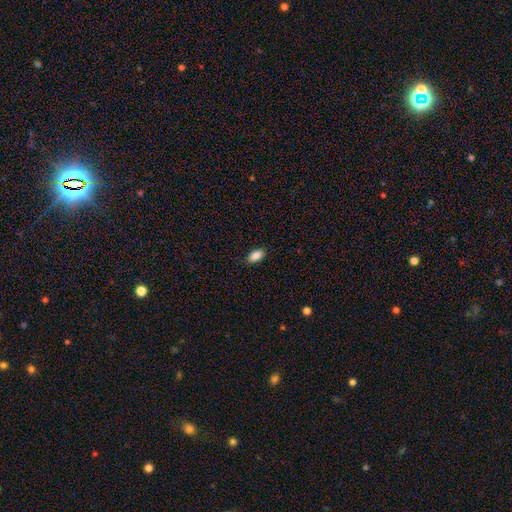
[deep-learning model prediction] This appears to be a smooth galaxy with no disk features (86%) that is in between round and cigar-shaped (91%). Merging: none (87%).